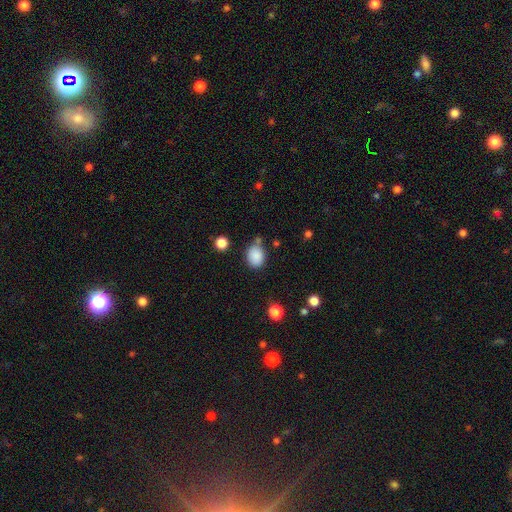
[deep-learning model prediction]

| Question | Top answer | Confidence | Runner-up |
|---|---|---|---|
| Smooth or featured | smooth | 87% | star or artifact (9%) |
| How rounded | in between | 52% | round (47%) |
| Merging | none | 67% | minor disturbance (18%) |